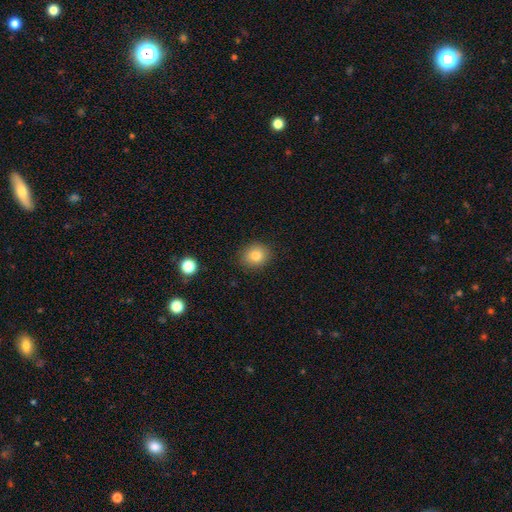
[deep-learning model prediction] Smooth or featured?
  - smooth: 82% *
  - star or artifact: 11%
  - featured or disk: 7%
How rounded?
  - round: 73% *
  - in between: 26%
  - cigar-shaped: 1%
Merging?
  - none: 89% *
  - minor disturbance: 8%
  - major disturbance: 2%
  - merger: 1%